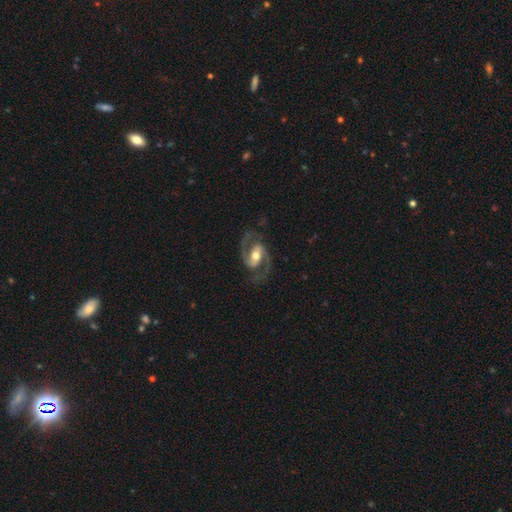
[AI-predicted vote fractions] featured or disk 91%, smooth 5%, star or artifact 4%. Down the decision tree: edge-on disk — no (97%); bar — weak (40%); spiral arms — yes (97%); spiral arm count — 2 (94%); spiral winding — medium (61%); bulge size — moderate (72%); merging — none (79%).